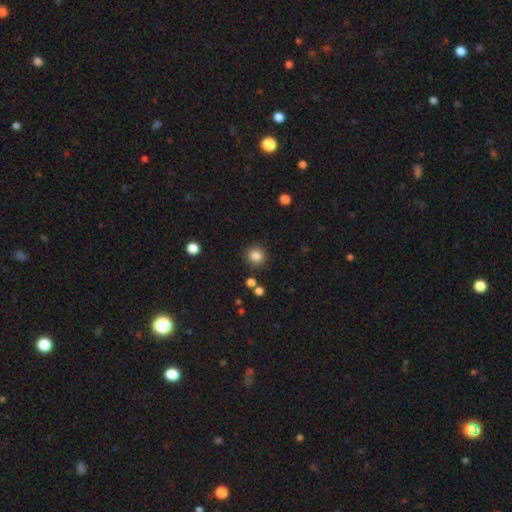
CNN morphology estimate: Q: Smooth or featured?
A: smooth (85%); runner-up: star or artifact (11%)
Q: How rounded?
A: round (88%); runner-up: in between (11%)
Q: Merging?
A: none (87%); runner-up: minor disturbance (7%)